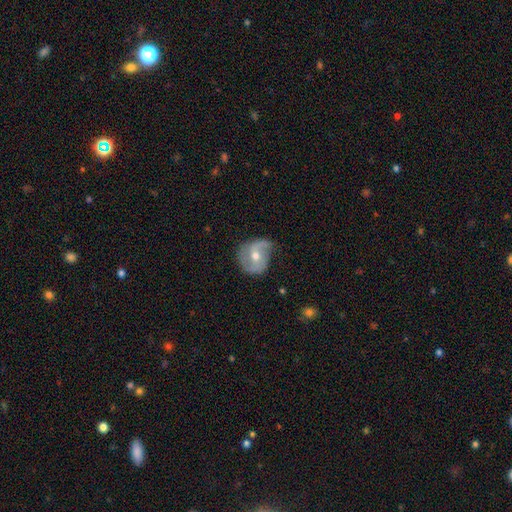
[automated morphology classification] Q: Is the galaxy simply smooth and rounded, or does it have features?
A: featured or disk — 74%.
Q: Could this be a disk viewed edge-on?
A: no — 97%.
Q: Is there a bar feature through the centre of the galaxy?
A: no — 47%.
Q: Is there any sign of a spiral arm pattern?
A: yes — 89%.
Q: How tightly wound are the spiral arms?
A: medium — 43%.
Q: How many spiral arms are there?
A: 2 — 78%.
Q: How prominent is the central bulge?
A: moderate — 65%.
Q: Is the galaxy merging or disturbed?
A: none — 58%.